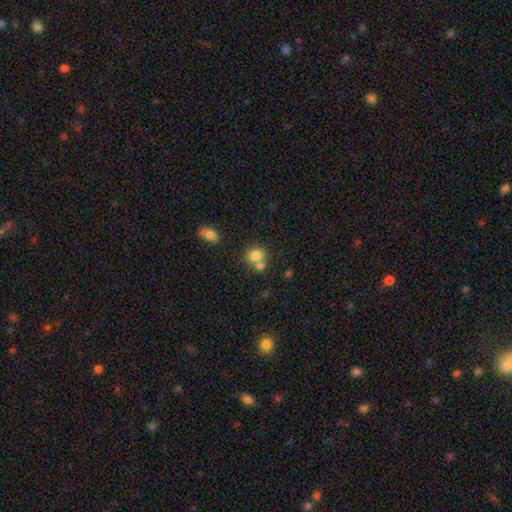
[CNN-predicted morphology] smooth_or_featured: smooth (p=0.79) [alt: star or artifact p=0.11]
how_rounded: round (p=0.70) [alt: in between p=0.29]
merging: none (p=0.47) [alt: merger p=0.40]